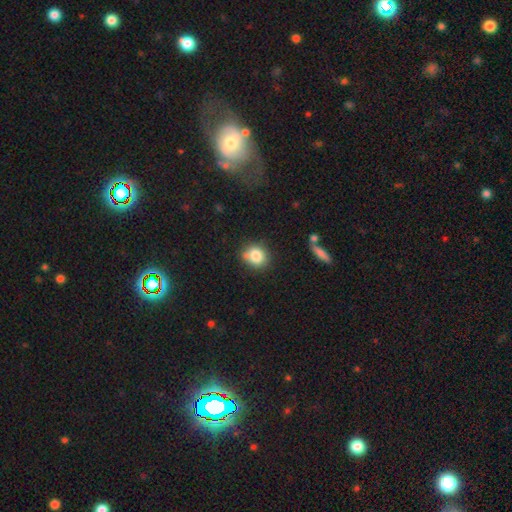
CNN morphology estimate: This is clearly a smooth galaxy (82%). How rounded: likely round (76%). Merging: likely none (69%).